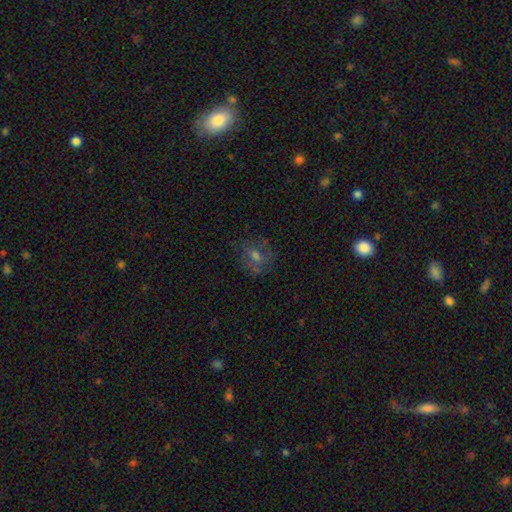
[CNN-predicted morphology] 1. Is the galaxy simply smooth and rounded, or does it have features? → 41% featured or disk, 34% smooth, 25% star or artifact.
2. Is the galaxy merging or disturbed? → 75% none, 15% minor disturbance, 9% major disturbance, 2% merger.